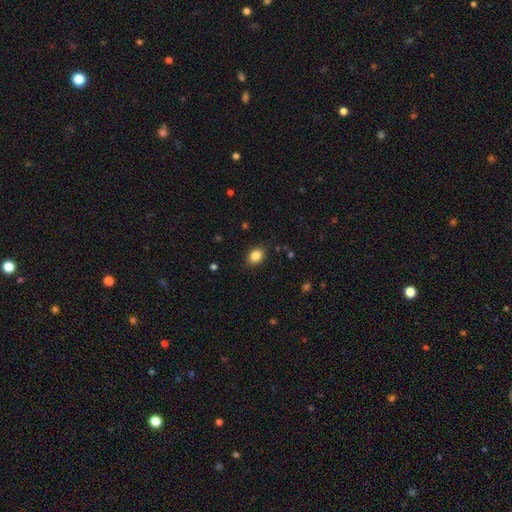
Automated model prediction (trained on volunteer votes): Smooth or featured? Predicted: smooth (p=0.86). How rounded? Predicted: in between (p=0.68). Merging? Predicted: none (p=0.87).